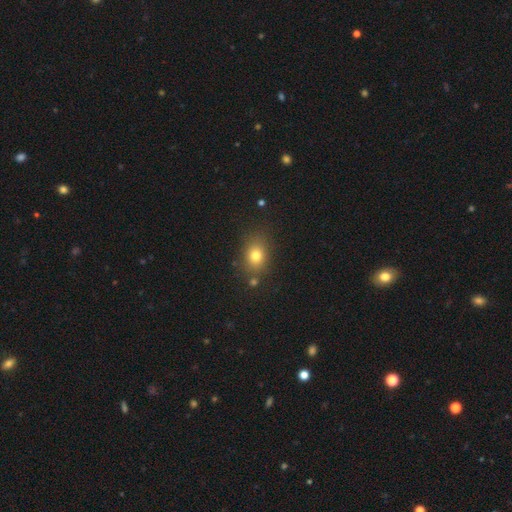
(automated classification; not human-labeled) smooth 77%, star or artifact 14%, featured or disk 10%. Down the decision tree: how rounded — in between (55%); merging — none (78%).